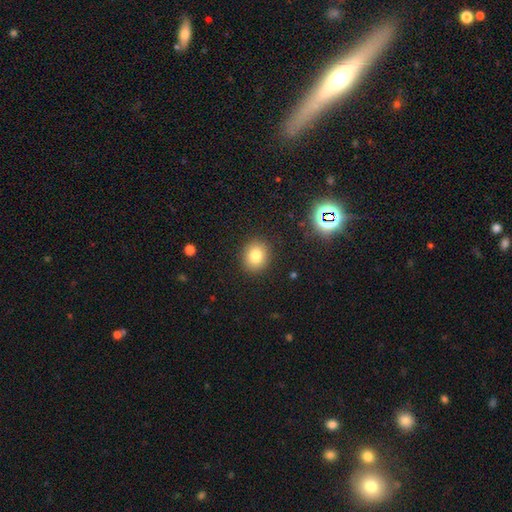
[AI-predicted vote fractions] A smooth galaxy with no disk features (80%) that is round (74%). Merging: none (89%).